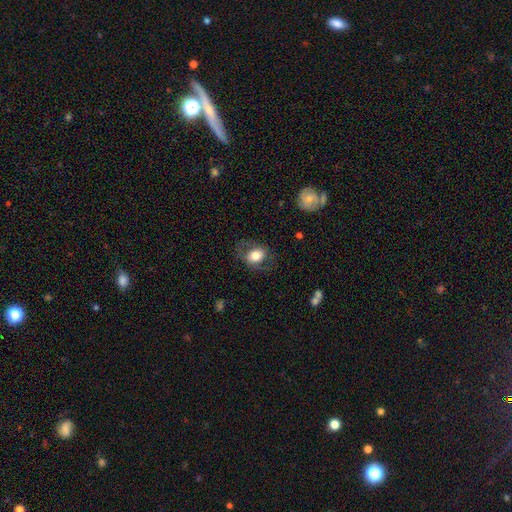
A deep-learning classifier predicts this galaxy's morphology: smooth-or-featured: smooth: 65% | featured or disk: 28% | star or artifact: 7%
  how-rounded: in between: 67% | round: 32% | cigar-shaped: 1%
  merging: none: 69% | minor disturbance: 17% | major disturbance: 13% | merger: 1%